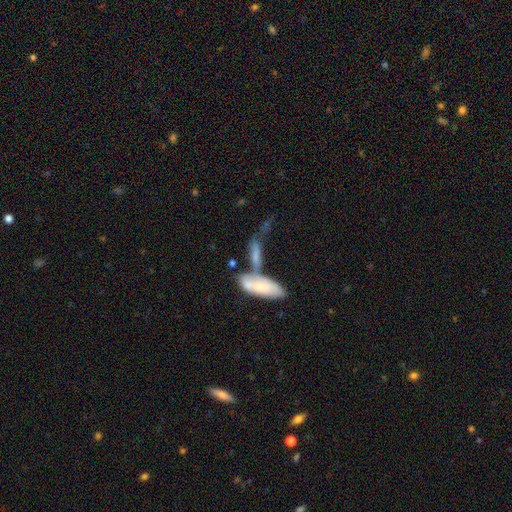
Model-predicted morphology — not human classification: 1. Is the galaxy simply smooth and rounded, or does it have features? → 64% smooth, 28% featured or disk, 8% star or artifact.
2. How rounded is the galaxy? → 50% cigar-shaped, 47% in between, 3% round.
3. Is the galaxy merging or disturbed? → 50% merger, 30% none, 13% minor disturbance, 7% major disturbance.